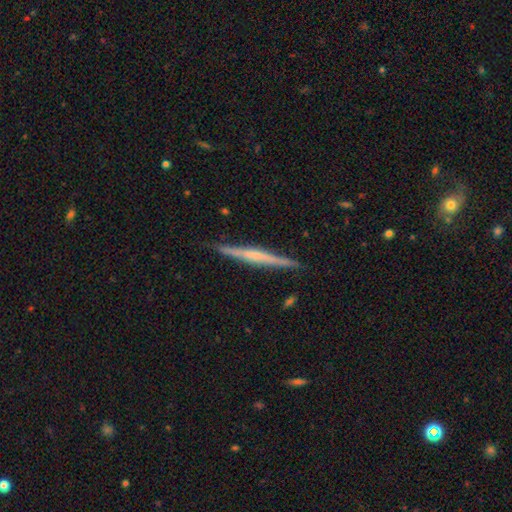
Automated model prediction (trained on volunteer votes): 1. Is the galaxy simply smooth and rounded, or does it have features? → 68% featured or disk, 26% smooth, 6% star or artifact.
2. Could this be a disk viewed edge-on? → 98% yes, 2% no.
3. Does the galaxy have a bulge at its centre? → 47% none, 38% rounded, 15% boxy.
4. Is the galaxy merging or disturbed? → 90% none, 8% minor disturbance, 1% major disturbance, 1% merger.